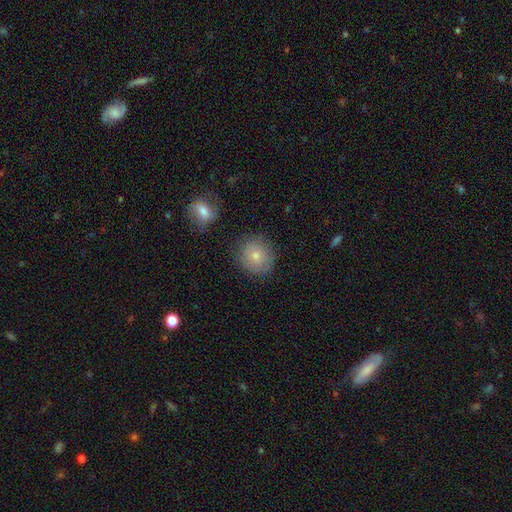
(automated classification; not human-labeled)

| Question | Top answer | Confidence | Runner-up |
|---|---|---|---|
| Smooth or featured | smooth | 78% | featured or disk (13%) |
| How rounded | round | 89% | in between (10%) |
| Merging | none | 81% | minor disturbance (13%) |